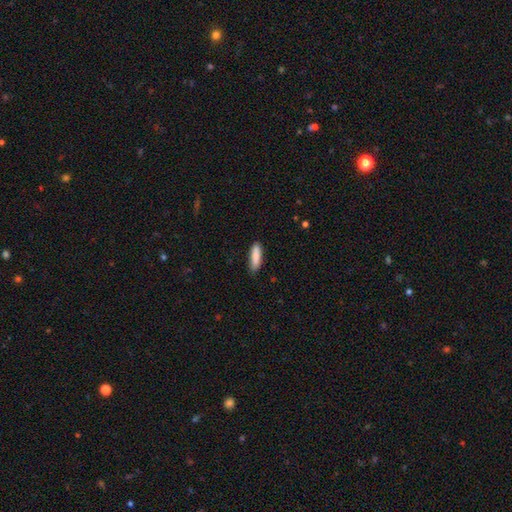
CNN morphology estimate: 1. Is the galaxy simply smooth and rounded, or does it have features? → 86% smooth, 8% featured or disk, 6% star or artifact.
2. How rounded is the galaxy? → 64% cigar-shaped, 34% in between, 1% round.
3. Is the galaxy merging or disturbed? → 82% none, 14% minor disturbance, 2% major disturbance, 1% merger.